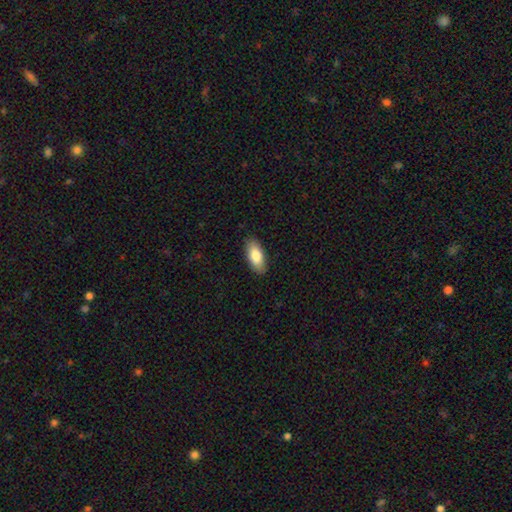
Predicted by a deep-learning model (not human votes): Smooth or featured: smooth — 82% (featured or disk — 12%)
How rounded: in between — 87% (cigar-shaped — 11%)
Merging: none — 89% (minor disturbance — 8%)